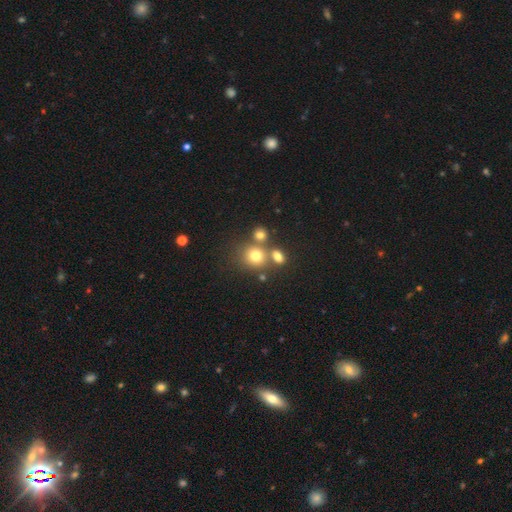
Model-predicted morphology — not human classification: This is likely a smooth galaxy (73%). How rounded: likely round (79%). Merging: possibly none (57%).